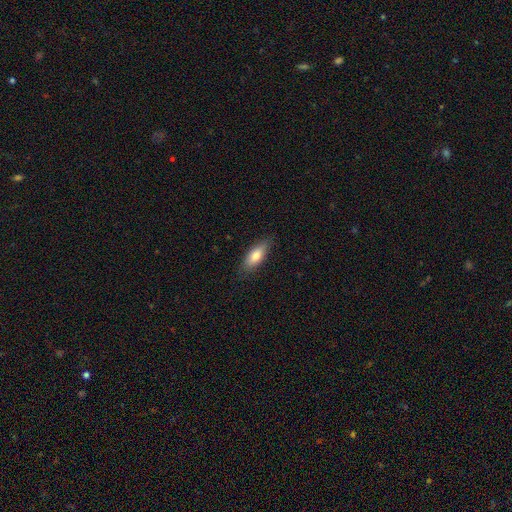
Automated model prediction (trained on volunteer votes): smooth 76%, featured or disk 17%, star or artifact 6%. Down the decision tree: how rounded — in between (72%); merging — none (83%).